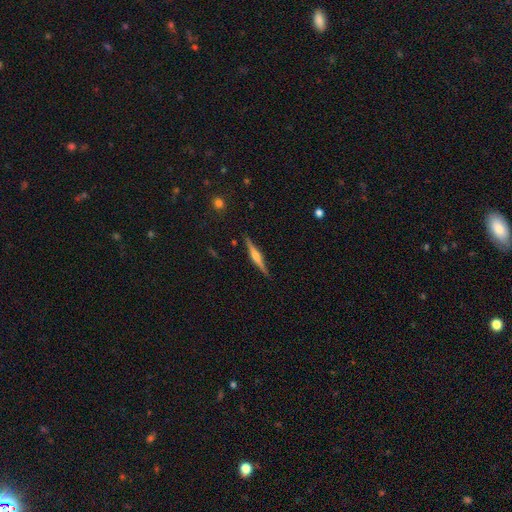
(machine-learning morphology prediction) Smooth or featured? Predicted: featured or disk (p=0.75). Edge-on disk? Predicted: yes (p=0.98). Edge-on bulge? Predicted: rounded (p=0.81). Merging? Predicted: none (p=0.90).